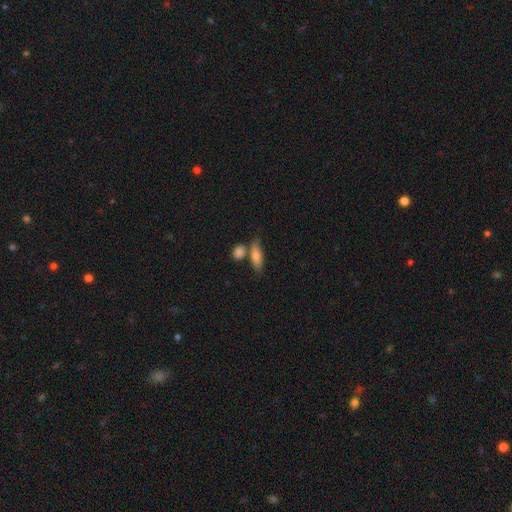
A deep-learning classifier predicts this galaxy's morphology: Smooth or featured: smooth — 76% (featured or disk — 17%)
How rounded: in between — 60% (cigar-shaped — 35%)
Merging: none — 58% (merger — 23%)